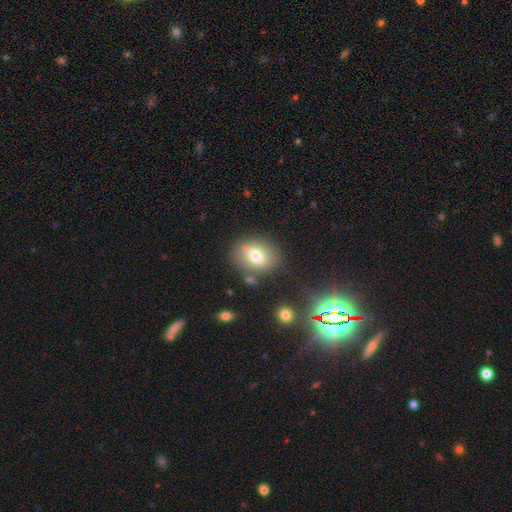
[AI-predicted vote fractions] This appears to be a smooth galaxy with no disk features (72%) that is in between round and cigar-shaped (58%). Merging: none (73%).